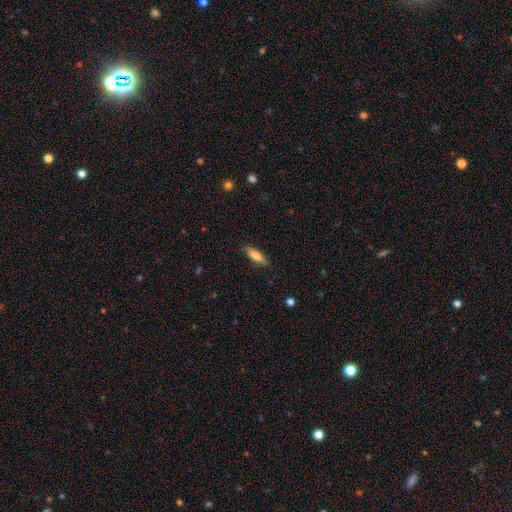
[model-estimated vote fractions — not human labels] smooth_or_featured: smooth (p=0.76) [alt: featured or disk p=0.17]
how_rounded: cigar-shaped (p=0.52) [alt: in between p=0.46]
merging: none (p=0.86) [alt: minor disturbance p=0.11]